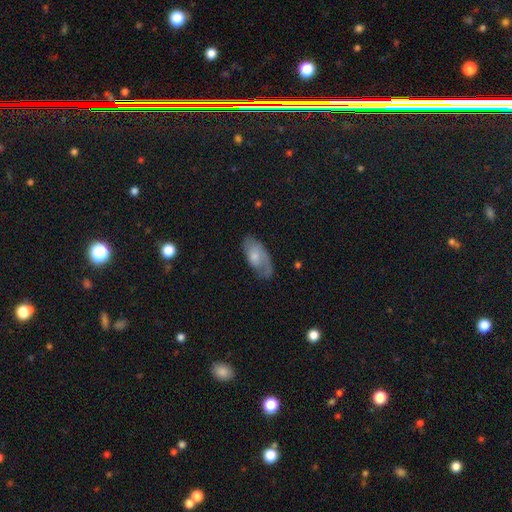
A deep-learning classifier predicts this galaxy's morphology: smooth 50%, featured or disk 43%, star or artifact 6%. Down the decision tree: how rounded — in between (92%); merging — none (57%).